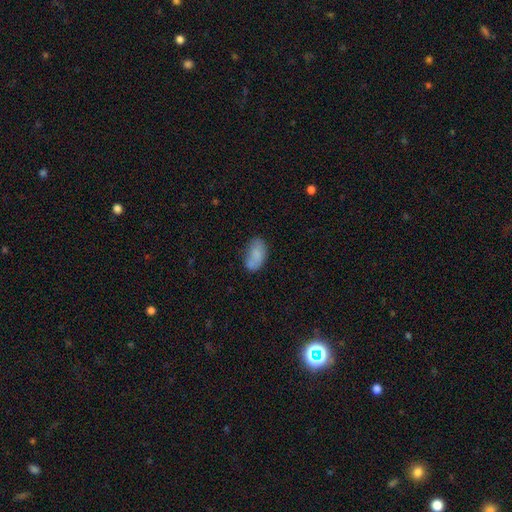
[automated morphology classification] This appears to be a smooth galaxy with no disk features (79%) that is in between round and cigar-shaped (92%). Merging: none (57%).